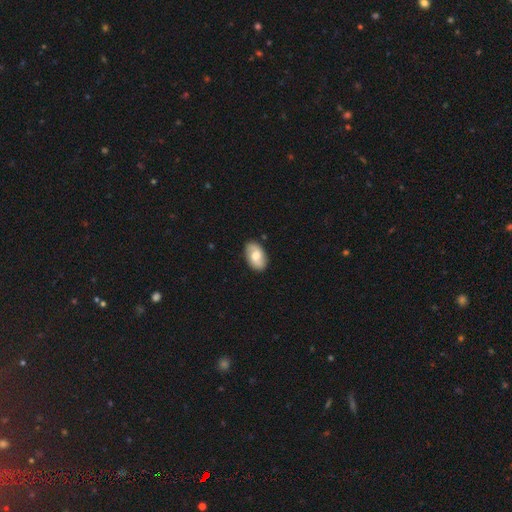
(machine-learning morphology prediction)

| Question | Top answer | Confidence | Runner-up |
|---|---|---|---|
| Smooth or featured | smooth | 59% | featured or disk (35%) |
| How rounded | in between | 92% | round (6%) |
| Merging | none | 87% | minor disturbance (10%) |